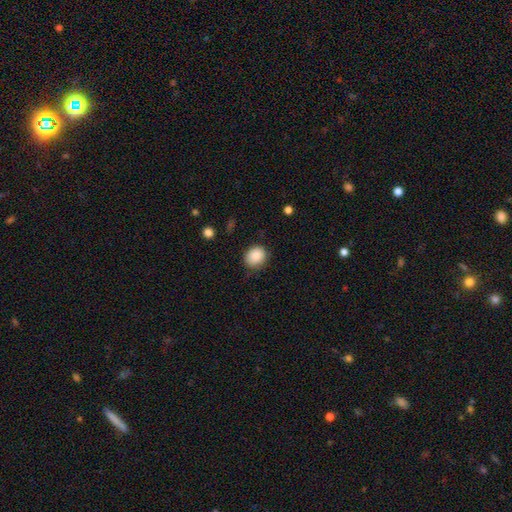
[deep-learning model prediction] The model was most divided on "how rounded": round: 64%, in between: 35%, cigar-shaped: 1%. More confident: smooth or featured — smooth (88%); merging — none (79%).